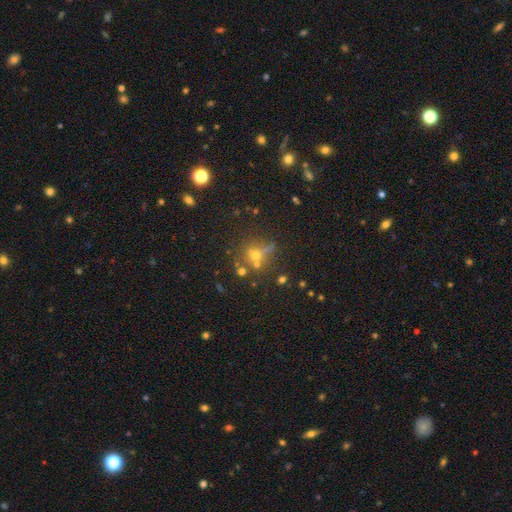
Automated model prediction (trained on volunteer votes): A smooth galaxy with no disk features (40%).

Vote fractions:
- Smooth or featured? smooth: 40% / star or artifact: 37% / featured or disk: 22%
- Merging? none: 55% / merger: 22% / minor disturbance: 13% / major disturbance: 10%